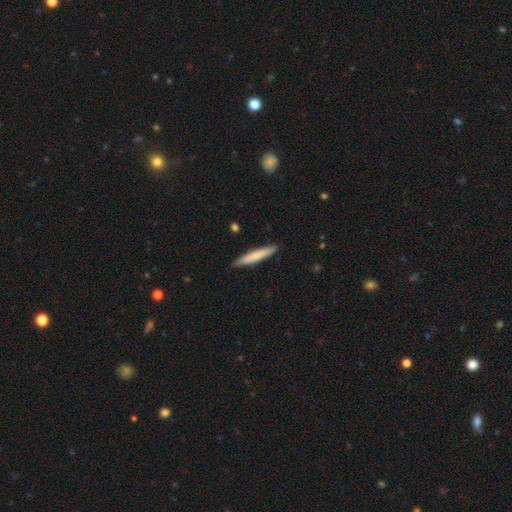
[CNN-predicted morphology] A smooth galaxy with no disk features (74%) that is cigar-shaped (94%). Merging: none (89%).